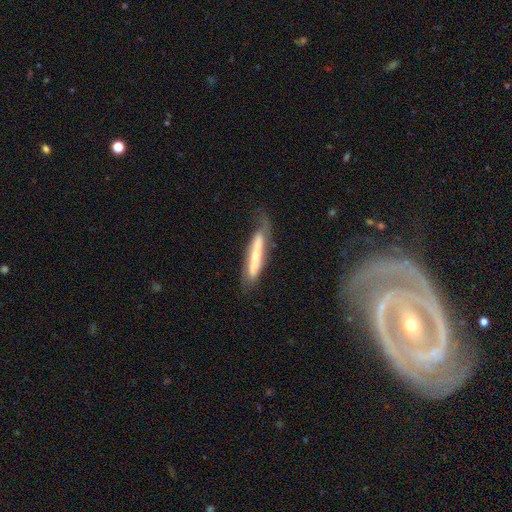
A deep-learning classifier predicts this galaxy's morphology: Q: Smooth or featured?
A: featured or disk (48%); runner-up: smooth (45%)
Q: Merging?
A: none (57%); runner-up: minor disturbance (25%)